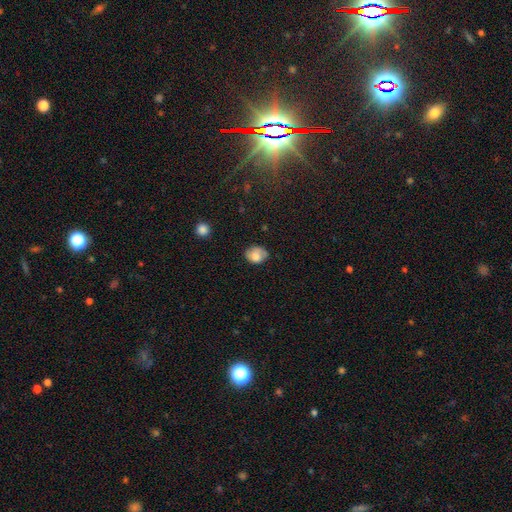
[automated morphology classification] smooth-or-featured: smooth: 75% | featured or disk: 16% | star or artifact: 9%
  how-rounded: round: 54% | in between: 45% | cigar-shaped: 1%
  merging: none: 63% | minor disturbance: 29% | major disturbance: 7% | merger: 2%